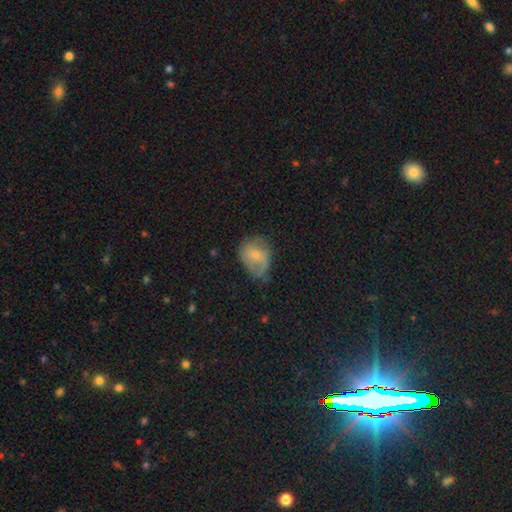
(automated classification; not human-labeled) smooth-or-featured: smooth: 52% | featured or disk: 40% | star or artifact: 8%
  how-rounded: in between: 53% | round: 46% | cigar-shaped: 1%
  merging: none: 43% | minor disturbance: 36% | major disturbance: 18% | merger: 2%